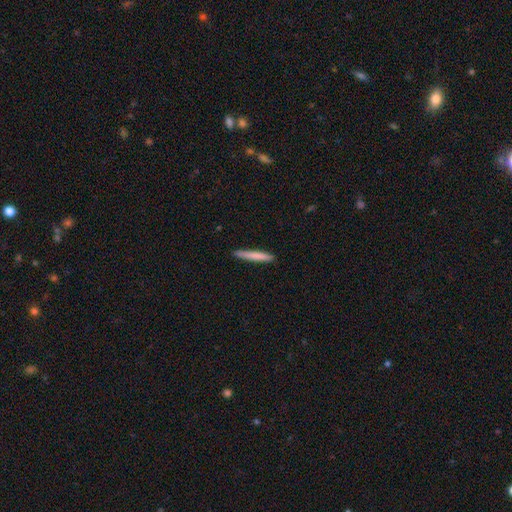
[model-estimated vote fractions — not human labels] A smooth galaxy with no disk features (77%) that is cigar-shaped (95%).

Vote fractions:
- Smooth or featured? smooth: 77% / featured or disk: 18% / star or artifact: 5%
- How rounded? cigar-shaped: 95% / in between: 3% / round: 1%
- Merging? none: 87% / minor disturbance: 10% / major disturbance: 2% / merger: 1%